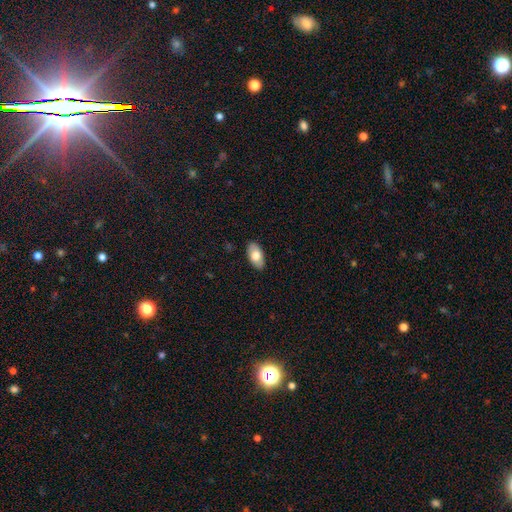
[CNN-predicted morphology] This is likely a smooth galaxy (75%). How rounded: clearly in between (94%). Merging: clearly none (89%).